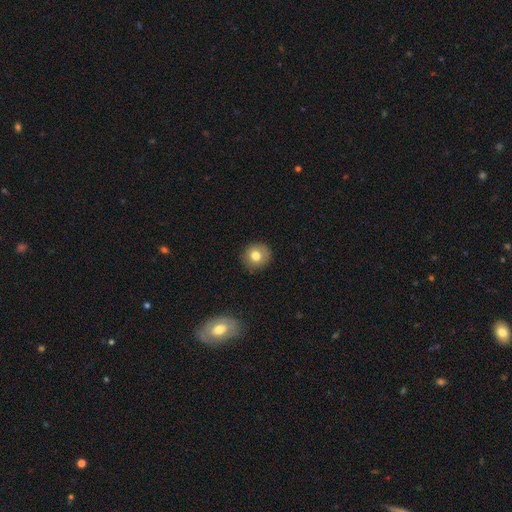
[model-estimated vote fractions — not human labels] smooth 78%, featured or disk 12%, star or artifact 10%. Down the decision tree: how rounded — round (89%); merging — none (88%).